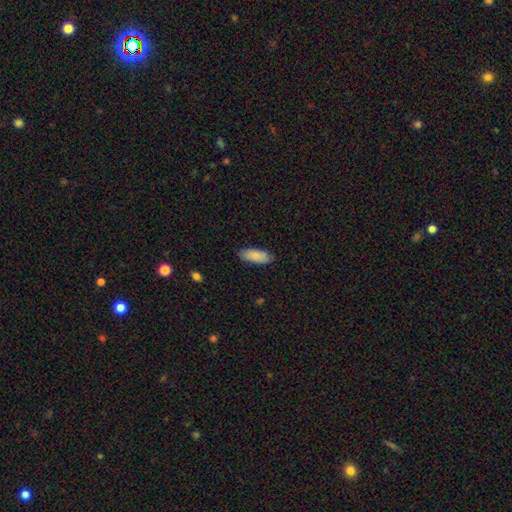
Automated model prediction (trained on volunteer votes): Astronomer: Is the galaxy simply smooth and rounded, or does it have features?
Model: smooth — 87%.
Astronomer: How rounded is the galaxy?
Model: in between — 78%.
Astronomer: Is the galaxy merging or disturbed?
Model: none — 85%.